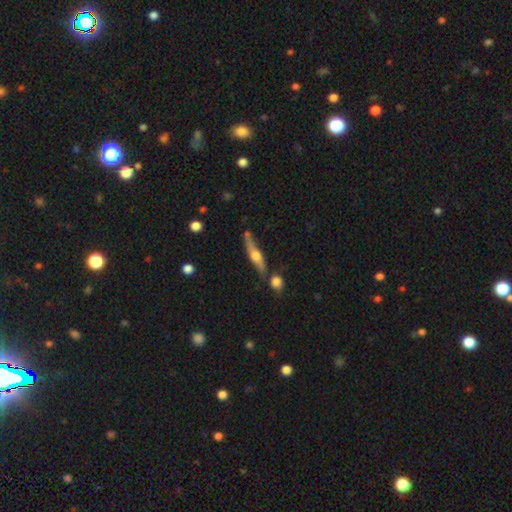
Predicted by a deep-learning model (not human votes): Morphology: type=featured or disk (61%); edge-on=yes (90%); edge-on bulge=rounded (92%); merging=none (67%).